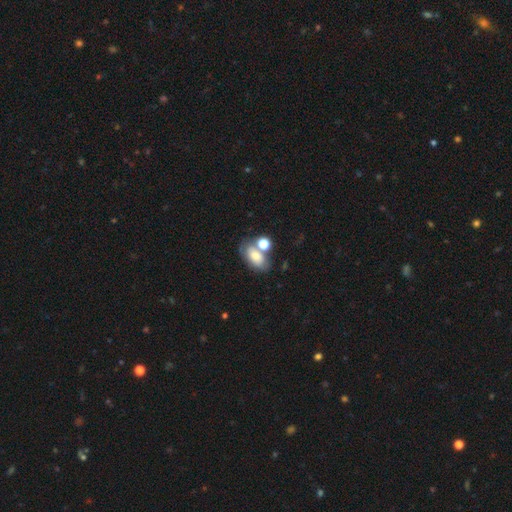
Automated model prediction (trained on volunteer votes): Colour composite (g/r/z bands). It shows a smooth galaxy with no disk features (70%) that is in between round and cigar-shaped (87%). Merging: none (41%).